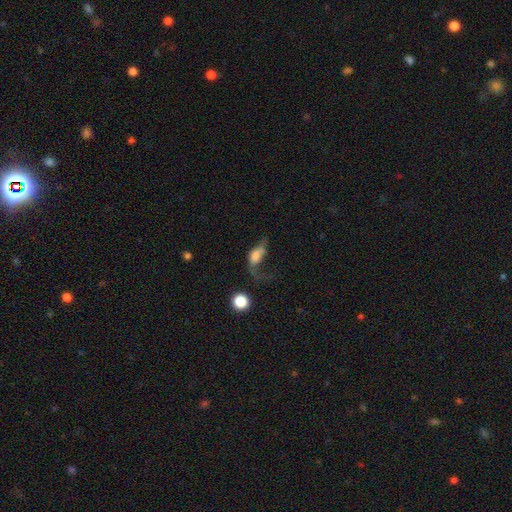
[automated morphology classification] A smooth galaxy with no disk features (49%).

Vote fractions:
- Smooth or featured? smooth: 49% / featured or disk: 40% / star or artifact: 11%
- Merging? major disturbance: 59% / none: 19% / minor disturbance: 15% / merger: 7%